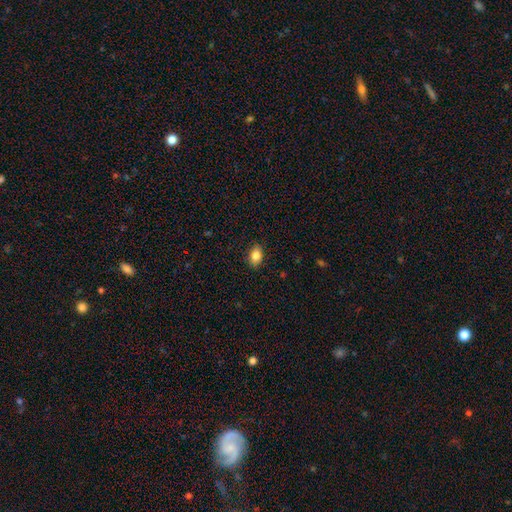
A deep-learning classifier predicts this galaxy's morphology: This is clearly a smooth galaxy (83%). How rounded: clearly in between (84%). Merging: clearly none (87%).